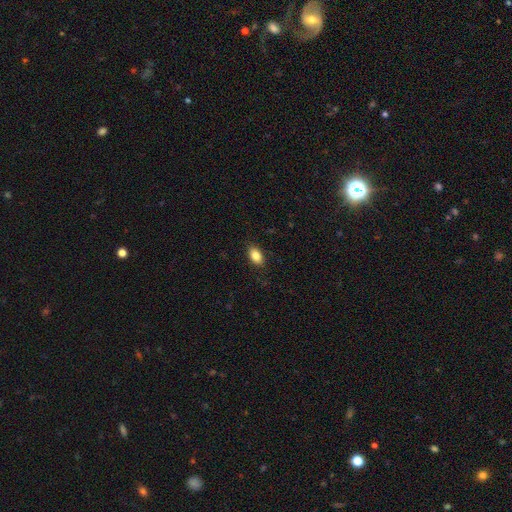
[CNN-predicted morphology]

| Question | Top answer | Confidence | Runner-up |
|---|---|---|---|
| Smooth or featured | smooth | 84% | star or artifact (8%) |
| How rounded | in between | 88% | round (9%) |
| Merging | none | 87% | minor disturbance (9%) |